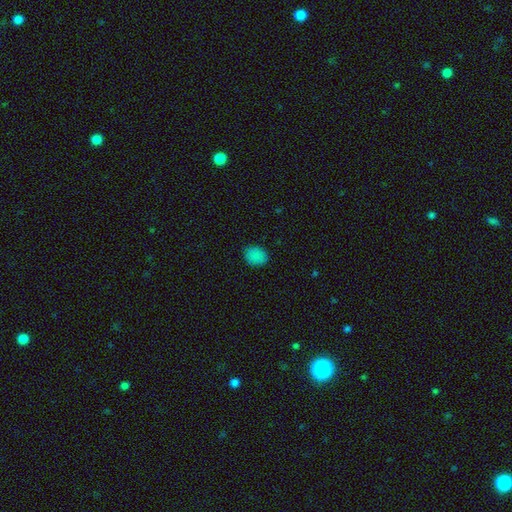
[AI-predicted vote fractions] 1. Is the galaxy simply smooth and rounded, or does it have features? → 84% smooth, 13% star or artifact, 3% featured or disk.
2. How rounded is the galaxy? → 51% in between, 48% round, 1% cigar-shaped.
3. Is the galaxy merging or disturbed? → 85% none, 11% minor disturbance, 2% major disturbance, 1% merger.